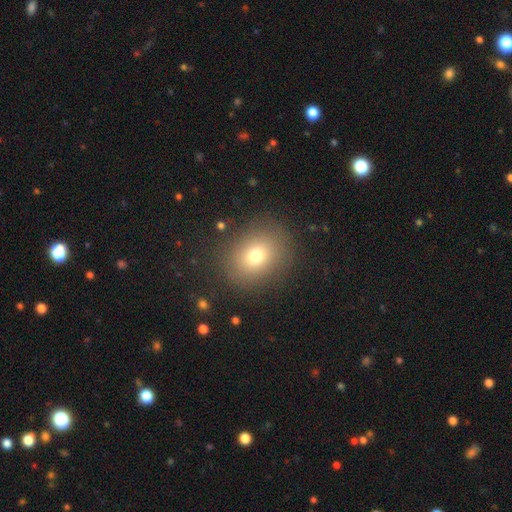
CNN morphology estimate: Smooth or featured? Predicted: smooth (p=0.74). How rounded? Predicted: round (p=0.61). Merging? Predicted: none (p=0.85).